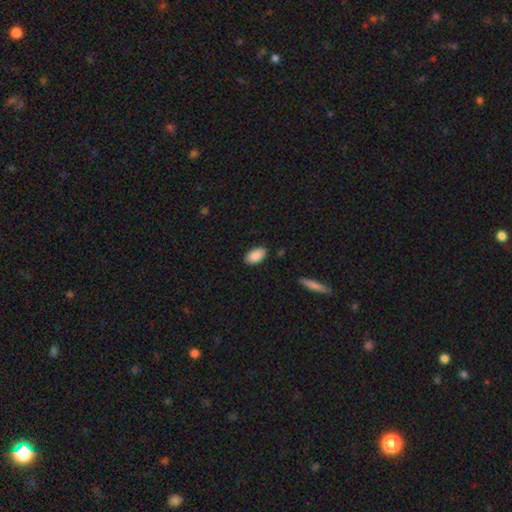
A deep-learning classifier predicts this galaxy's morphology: Smooth or featured: smooth — 89% (star or artifact — 6%)
How rounded: in between — 94% (round — 4%)
Merging: none — 86% (minor disturbance — 10%)